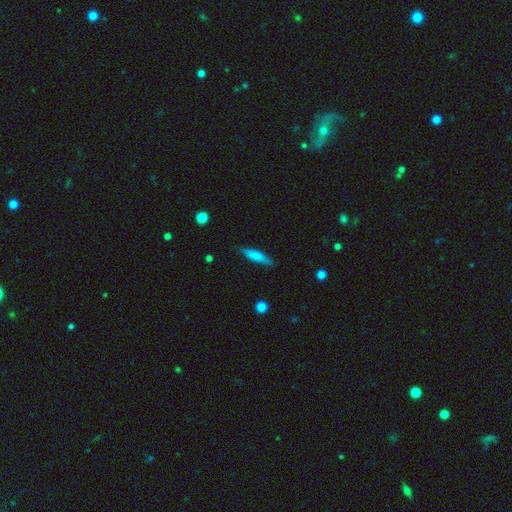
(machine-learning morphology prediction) smooth 67%, featured or disk 26%, star or artifact 6%. Down the decision tree: how rounded — cigar-shaped (79%); merging — none (84%).